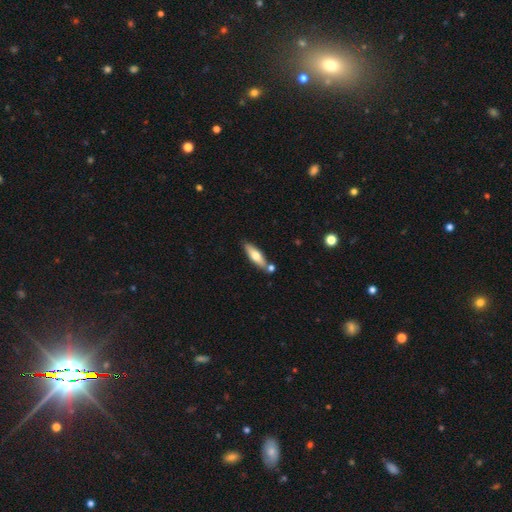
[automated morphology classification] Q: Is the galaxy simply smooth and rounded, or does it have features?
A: smooth — 60%.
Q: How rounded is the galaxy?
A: cigar-shaped — 54%.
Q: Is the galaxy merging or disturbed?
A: none — 73%.